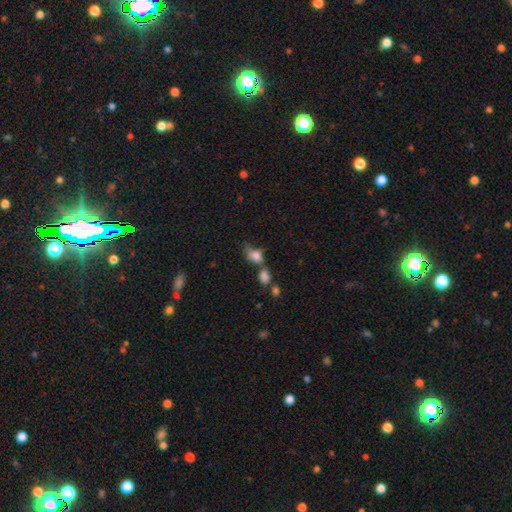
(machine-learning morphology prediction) Smooth or featured? smooth (74%)
How rounded? in between (69%)
Merging? merger (42%)